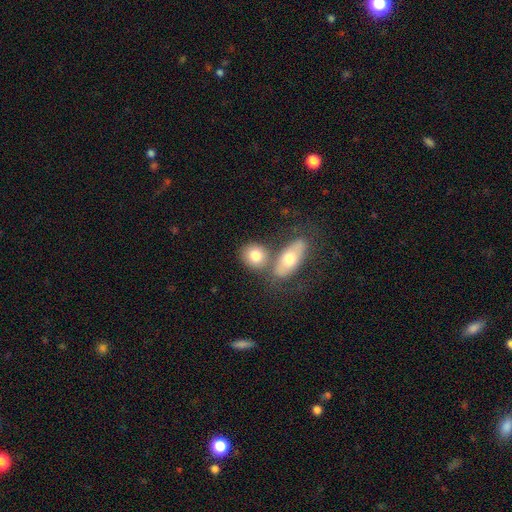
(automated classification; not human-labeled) Overall: smooth (76%). How rounded: in between (48%, tied with round). Merging: none (50%; merger 35%).